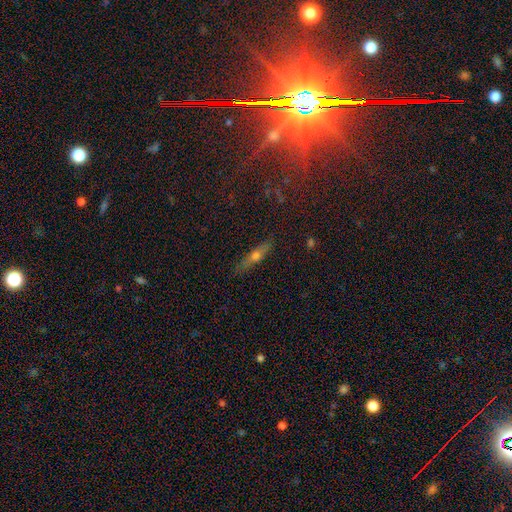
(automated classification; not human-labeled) Smooth or featured? featured or disk (48%)
Merging? none (86%)